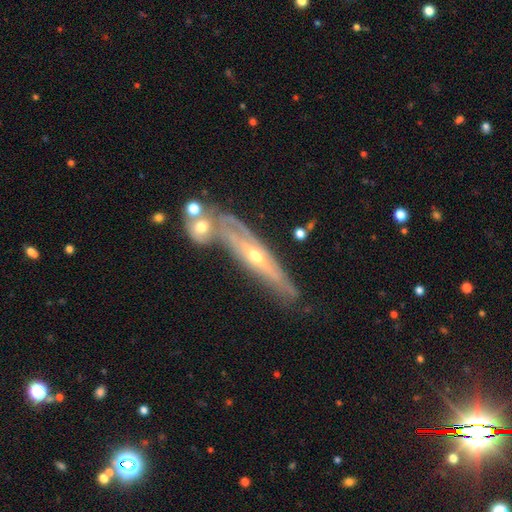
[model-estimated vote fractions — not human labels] smooth-or-featured: featured or disk: 78% | smooth: 16% | star or artifact: 6%
  disk-edge-on: yes: 59% | no: 41%
  merging: none: 48% | merger: 26% | minor disturbance: 17% | major disturbance: 8%